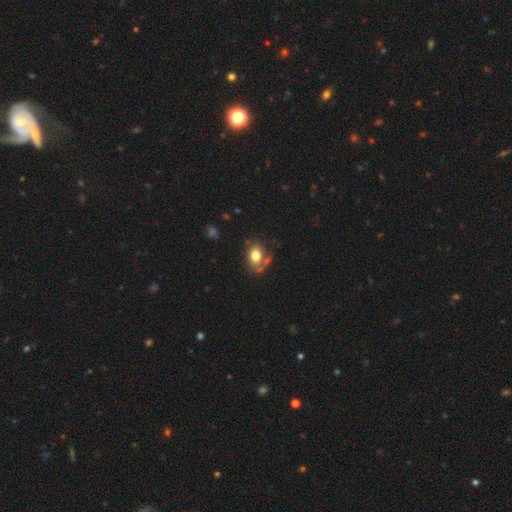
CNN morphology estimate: Q: Smooth or featured?
A: smooth (77%); runner-up: featured or disk (13%)
Q: How rounded?
A: in between (64%); runner-up: round (34%)
Q: Merging?
A: none (58%); runner-up: minor disturbance (20%)